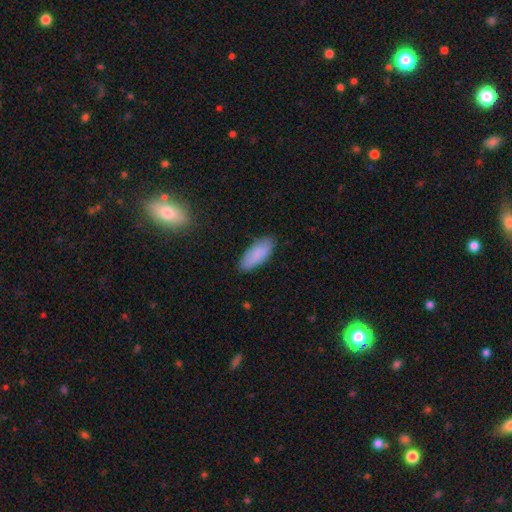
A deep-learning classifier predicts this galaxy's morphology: The model was most divided on "how rounded": in between: 80%, cigar-shaped: 18%, round: 2%. More confident: smooth or featured — smooth (83%); merging — none (82%).